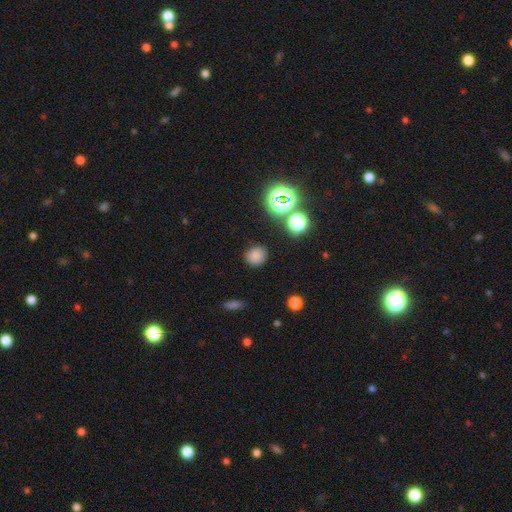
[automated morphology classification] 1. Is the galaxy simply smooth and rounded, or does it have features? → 77% smooth, 17% star or artifact, 5% featured or disk.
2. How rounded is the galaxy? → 77% round, 22% in between, 1% cigar-shaped.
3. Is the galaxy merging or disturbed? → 84% none, 10% minor disturbance, 3% major disturbance, 2% merger.